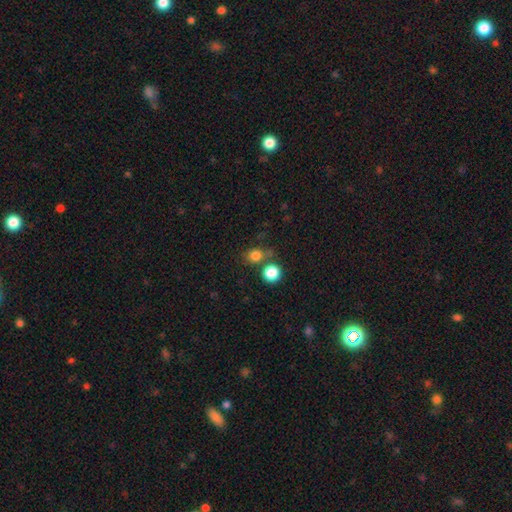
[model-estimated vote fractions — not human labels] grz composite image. It shows a smooth galaxy with no disk features (81%) that is round (80%). Merging: none (65%).